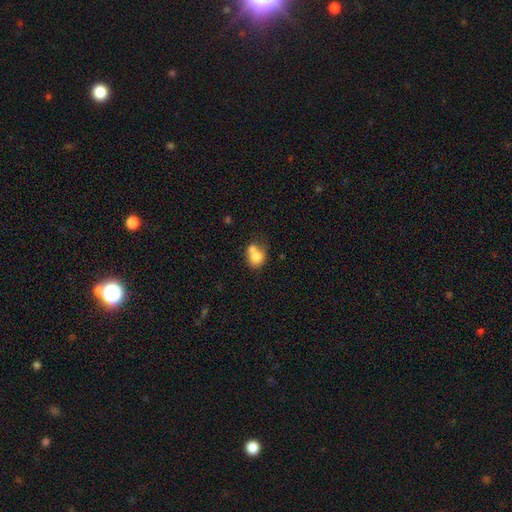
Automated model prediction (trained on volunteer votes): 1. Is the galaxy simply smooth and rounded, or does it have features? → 75% smooth, 15% featured or disk, 9% star or artifact.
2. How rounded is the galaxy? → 59% round, 40% in between, 1% cigar-shaped.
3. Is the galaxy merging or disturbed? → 51% merger, 33% none, 11% minor disturbance, 5% major disturbance.